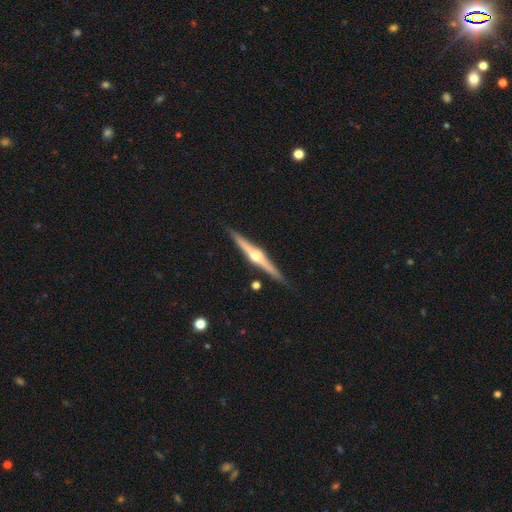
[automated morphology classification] Smooth or featured? featured or disk (81%)
Edge-on disk? yes (98%)
Edge-on bulge? rounded (95%)
Merging? none (90%)